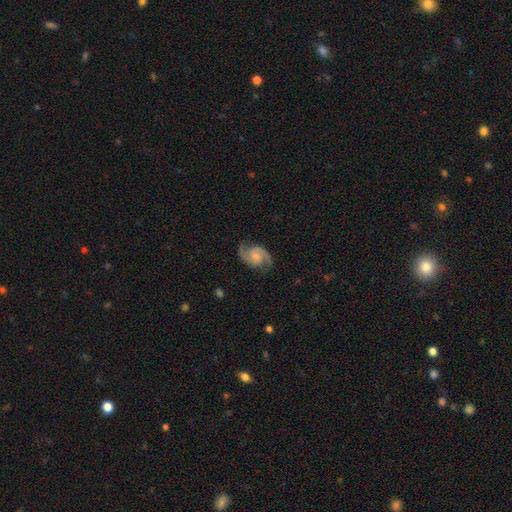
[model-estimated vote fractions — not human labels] This appears to be a featured or disk galaxy (85%) with no bar (60%), 2 (93%) medium (55%) spiral arms (97%) and a small central bulge (45%). Merging: none (79%).